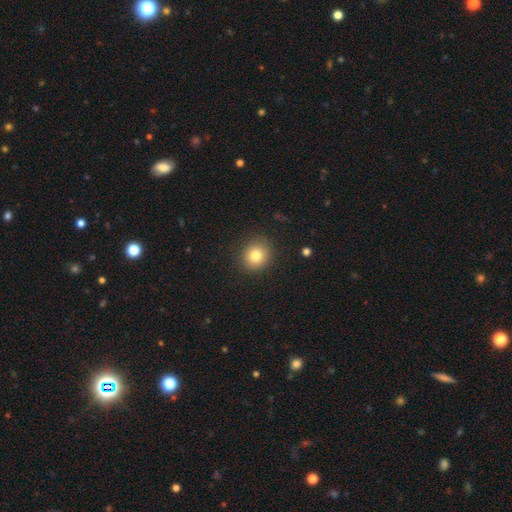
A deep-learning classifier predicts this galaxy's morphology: A smooth galaxy with no disk features (81%) that is round (86%). Merging: none (89%).